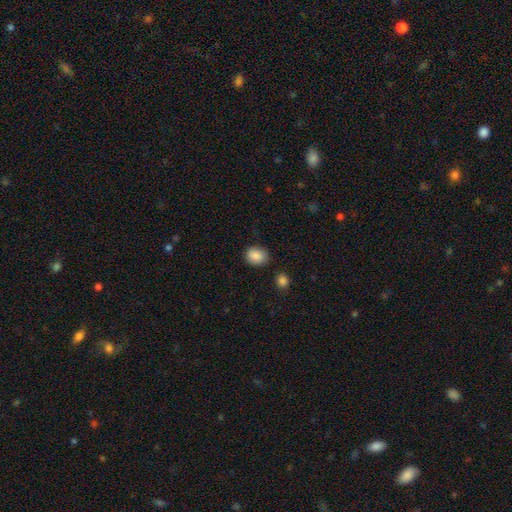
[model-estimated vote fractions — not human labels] smooth 88%, star or artifact 8%, featured or disk 4%. Down the decision tree: how rounded — in between (52%); merging — none (82%).